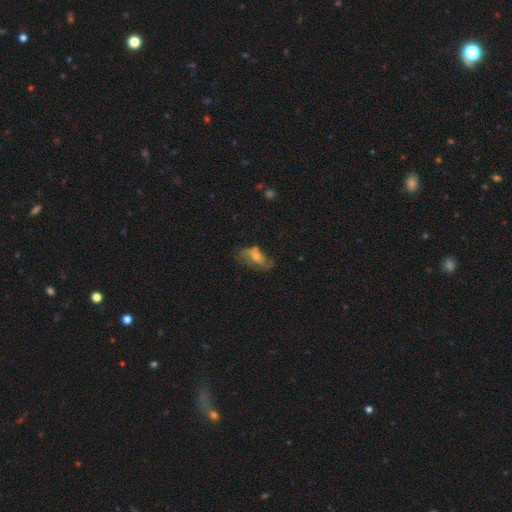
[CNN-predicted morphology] Overall: featured or disk (50%; smooth 40%). Edge-on disk: no (91%). Merging: none (43%; major disturbance 28%).